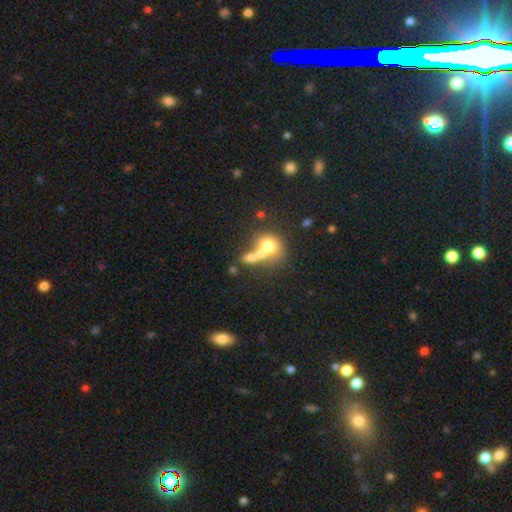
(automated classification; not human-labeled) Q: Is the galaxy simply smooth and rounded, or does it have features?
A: smooth — 66%.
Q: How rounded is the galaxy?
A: round — 59%.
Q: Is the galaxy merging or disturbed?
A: merger — 62%.